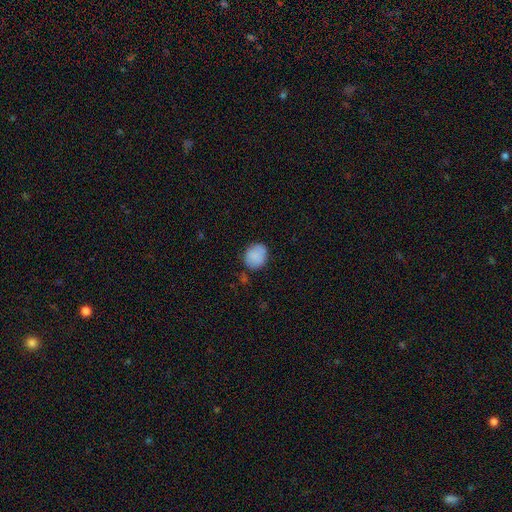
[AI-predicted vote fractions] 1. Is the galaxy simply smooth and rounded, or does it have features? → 85% smooth, 8% star or artifact, 8% featured or disk.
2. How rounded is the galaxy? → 63% round, 36% in between, 1% cigar-shaped.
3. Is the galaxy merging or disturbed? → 74% none, 18% minor disturbance, 4% major disturbance, 3% merger.